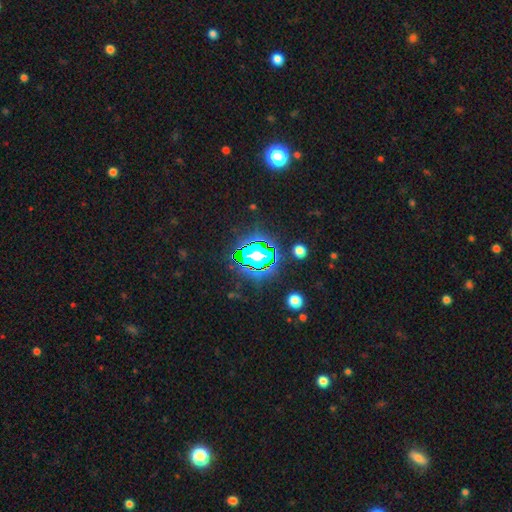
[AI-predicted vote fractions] Smooth or featured: star or artifact — 66% (smooth — 21%)